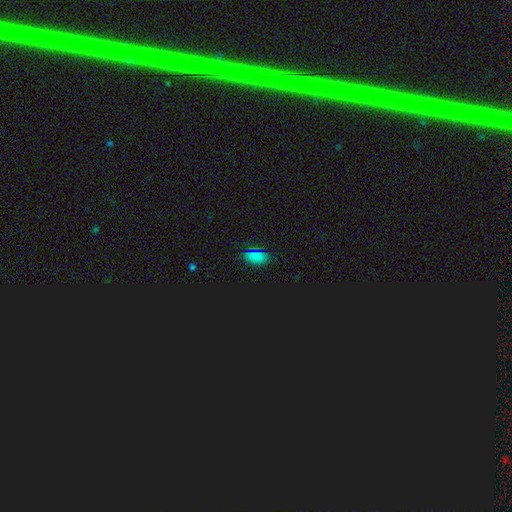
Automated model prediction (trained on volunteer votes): smooth-or-featured: smooth: 69% | star or artifact: 26% | featured or disk: 5%
  how-rounded: in between: 91% | round: 5% | cigar-shaped: 4%
  merging: none: 85% | minor disturbance: 11% | major disturbance: 3% | merger: 2%